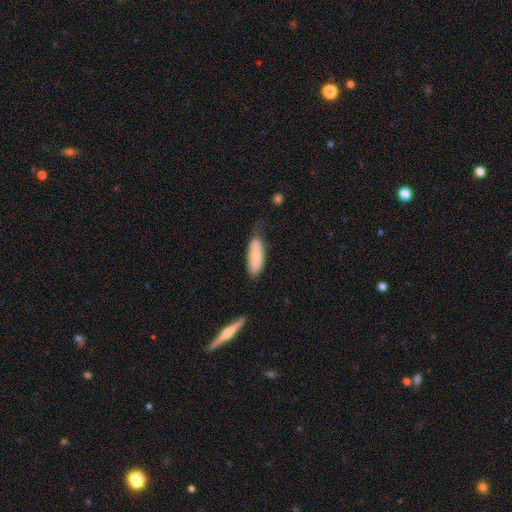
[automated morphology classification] This is likely a smooth galaxy (79%). How rounded: likely in between (67%). Merging: possibly none (51%).